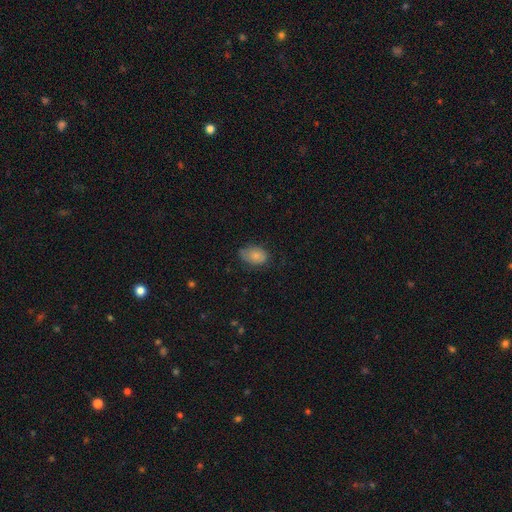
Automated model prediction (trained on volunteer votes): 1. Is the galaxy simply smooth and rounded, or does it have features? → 82% smooth, 11% featured or disk, 8% star or artifact.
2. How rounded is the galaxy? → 86% in between, 13% round, 1% cigar-shaped.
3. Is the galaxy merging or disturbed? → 62% none, 29% minor disturbance, 8% major disturbance, 1% merger.